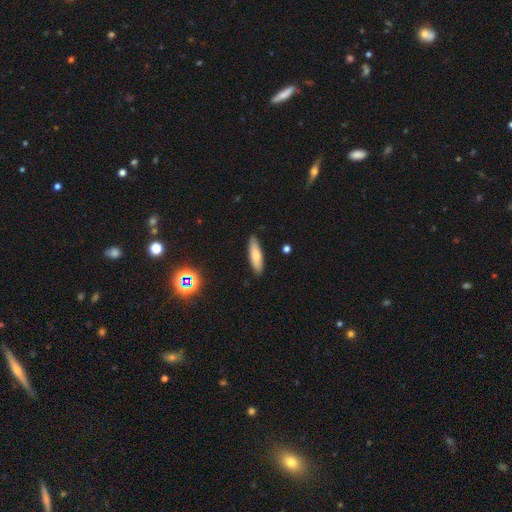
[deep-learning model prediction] Morphology: type=smooth (77%); roundness=cigar-shaped (63%); merging=none (87%).